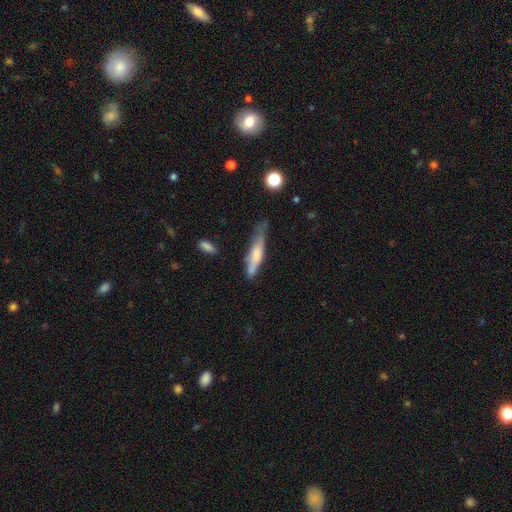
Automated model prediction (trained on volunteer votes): A smooth galaxy with no disk features (63%) that is cigar-shaped (81%).

Vote fractions:
- Smooth or featured? smooth: 63% / featured or disk: 30% / star or artifact: 7%
- How rounded? cigar-shaped: 81% / in between: 17% / round: 2%
- Merging? none: 44% / minor disturbance: 37% / major disturbance: 13% / merger: 5%